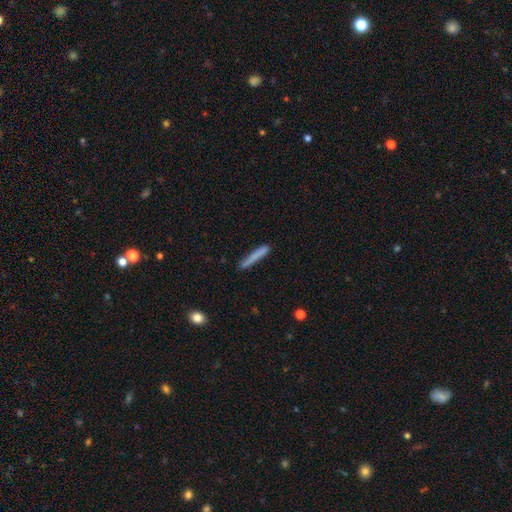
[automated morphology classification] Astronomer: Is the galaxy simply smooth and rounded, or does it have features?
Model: smooth — 76%.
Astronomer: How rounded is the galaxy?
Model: cigar-shaped — 96%.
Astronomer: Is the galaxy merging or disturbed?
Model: none — 83%.